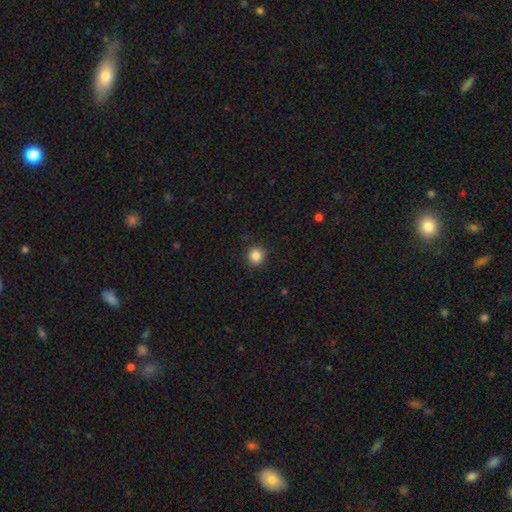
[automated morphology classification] This is clearly a smooth galaxy (86%). How rounded: clearly round (89%). Merging: clearly none (91%).